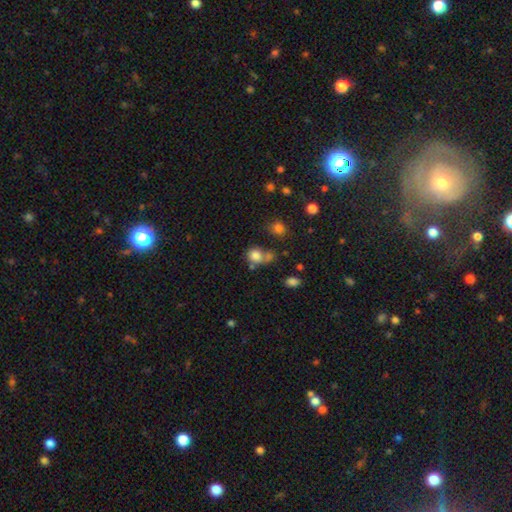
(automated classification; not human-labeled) A smooth galaxy with no disk features (80%) that is round (74%). Merging: none (47%).